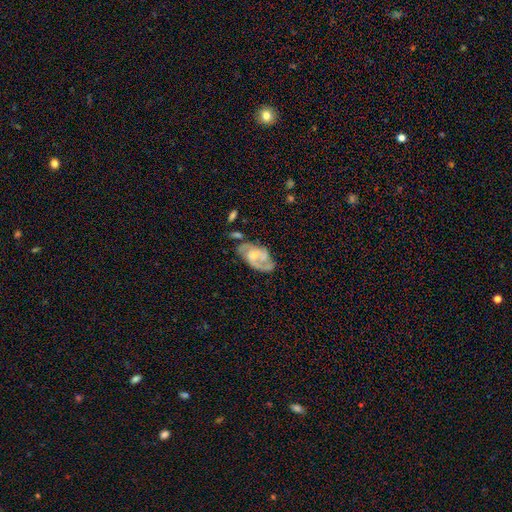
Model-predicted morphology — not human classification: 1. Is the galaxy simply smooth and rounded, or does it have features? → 83% featured or disk, 12% smooth, 5% star or artifact.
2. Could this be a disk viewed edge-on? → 97% no, 3% yes.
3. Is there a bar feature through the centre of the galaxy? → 51% no, 41% weak, 9% strong.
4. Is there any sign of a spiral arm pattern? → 95% yes, 5% no.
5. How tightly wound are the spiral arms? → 50% medium, 35% tight, 15% loose.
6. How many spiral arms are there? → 71% 2, 11% 3, 10% can't tell, 4% 1, 2% 4, 2% more than 4.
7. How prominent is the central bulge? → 52% small, 36% moderate, 7% none, 3% large, 1% dominant.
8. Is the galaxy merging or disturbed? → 58% none, 24% minor disturbance, 12% major disturbance, 6% merger.